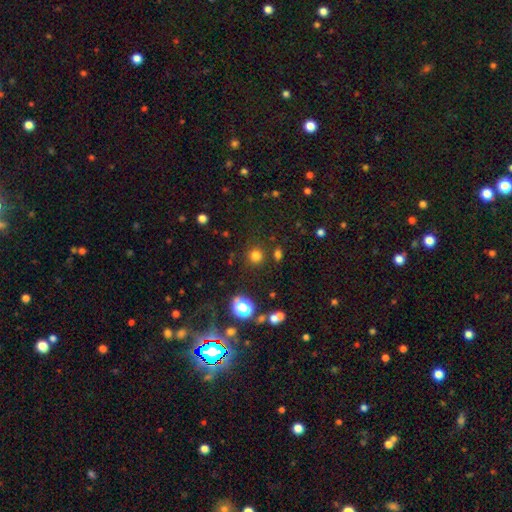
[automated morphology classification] Smooth or featured? smooth (74%)
How rounded? round (92%)
Merging? none (86%)